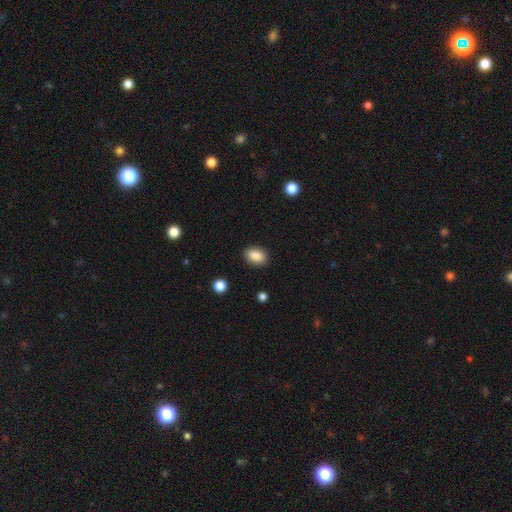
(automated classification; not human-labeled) A smooth galaxy with no disk features (88%) that is in between round and cigar-shaped (85%). Merging: none (87%).